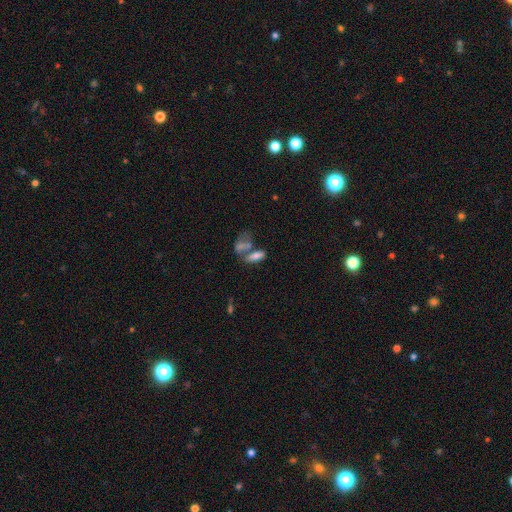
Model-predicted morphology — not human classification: Overall: smooth (70%). How rounded: in between (75%). Merging: merger (45%; none 35%).